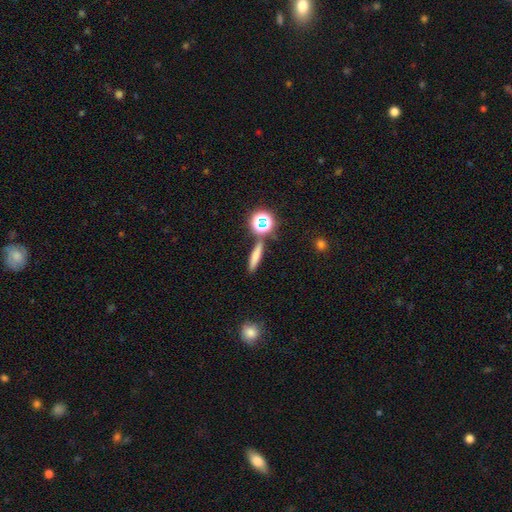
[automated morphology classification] The model was most divided on "smooth or featured": smooth: 69%, star or artifact: 16%, featured or disk: 15%. More confident: merging — none (83%); how rounded — cigar-shaped (78%).